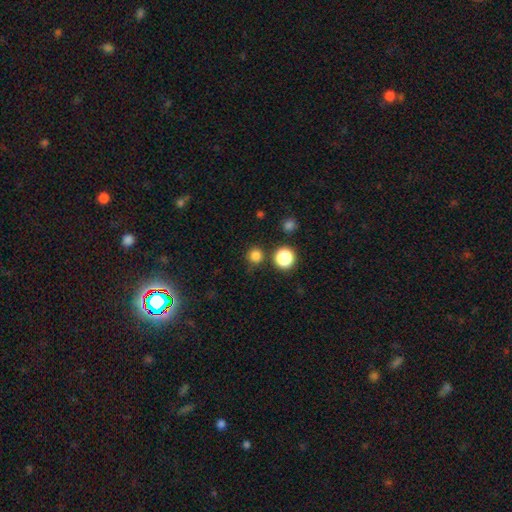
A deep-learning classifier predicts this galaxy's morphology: Smooth or featured? Predicted: smooth (p=0.79). How rounded? Predicted: round (p=0.94). Merging? Predicted: none (p=0.82).